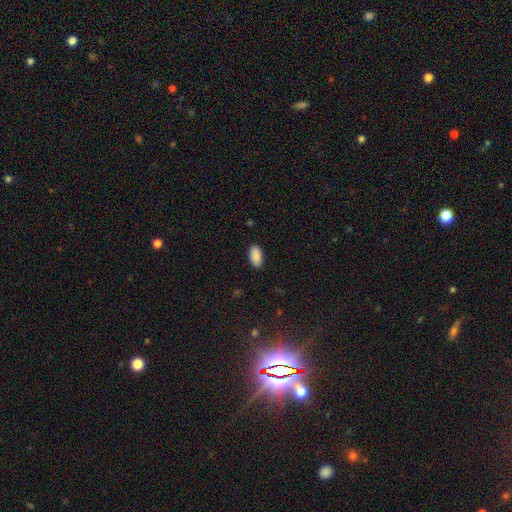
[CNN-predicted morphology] The model was most divided on "merging": none: 89%, minor disturbance: 8%, major disturbance: 2%, merger: 1%. More confident: how rounded — in between (94%); smooth or featured — smooth (89%).